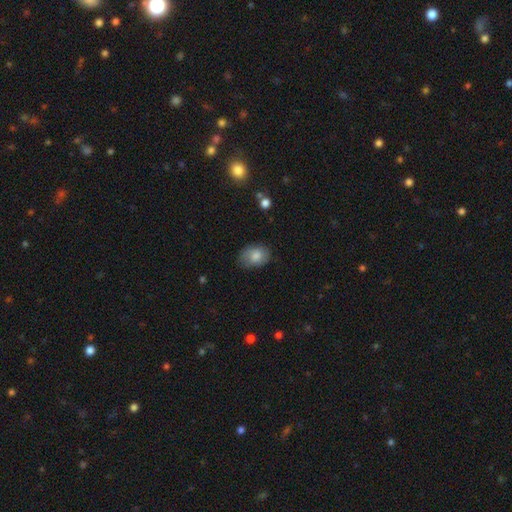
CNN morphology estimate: A smooth galaxy with no disk features (81%) that is in between round and cigar-shaped (78%).

Vote fractions:
- Smooth or featured? smooth: 81% / featured or disk: 12% / star or artifact: 7%
- How rounded? in between: 78% / round: 21% / cigar-shaped: 1%
- Merging? none: 73% / minor disturbance: 21% / major disturbance: 5% / merger: 1%